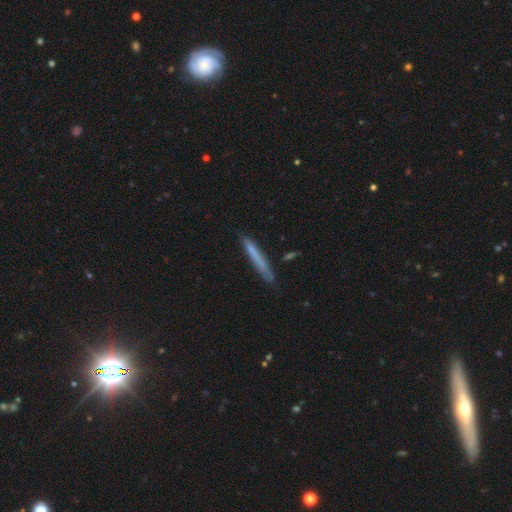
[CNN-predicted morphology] type=smooth (64%); roundness=cigar-shaped (96%); merging=none (82%).